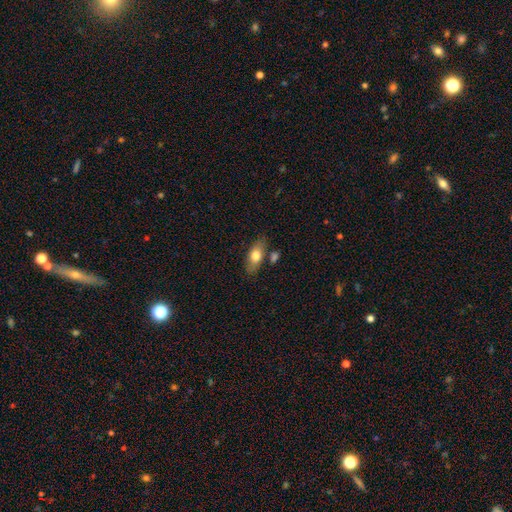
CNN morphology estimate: This is likely a smooth galaxy (72%). How rounded: clearly in between (80%). Merging: likely none (72%).